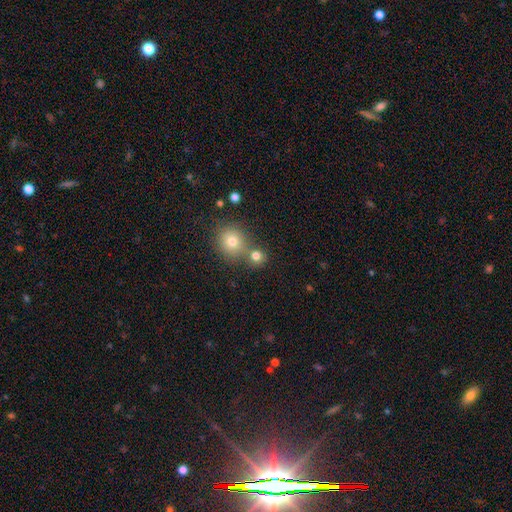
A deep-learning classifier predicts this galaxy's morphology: smooth_or_featured: smooth (p=0.78) [alt: star or artifact p=0.14]
how_rounded: round (p=0.87) [alt: in between p=0.12]
merging: none (p=0.58) [alt: merger p=0.32]